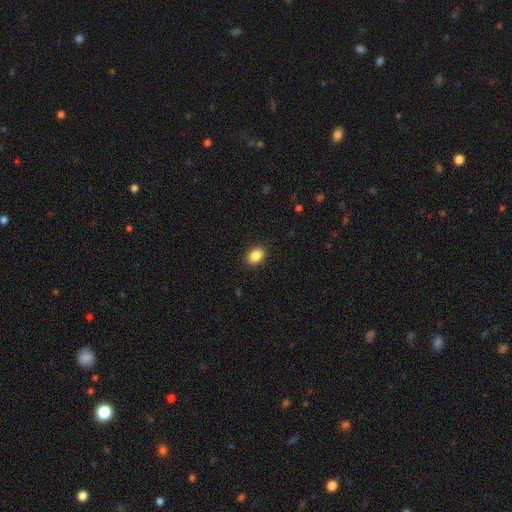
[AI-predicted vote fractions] The model was most divided on "how rounded": in between: 78%, round: 21%, cigar-shaped: 1%. More confident: merging — none (90%); smooth or featured — smooth (87%).